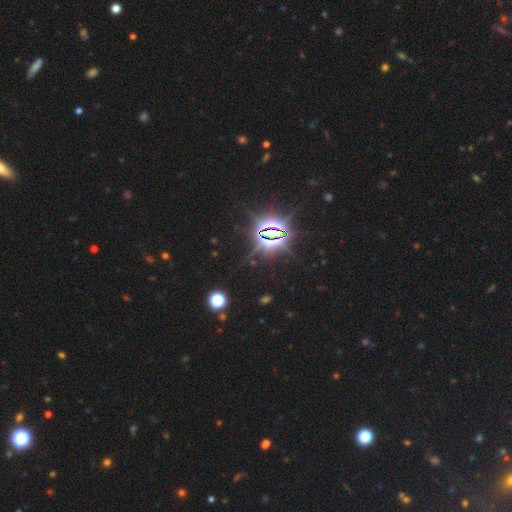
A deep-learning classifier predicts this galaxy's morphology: Smooth or featured: star or artifact — 85% (smooth — 9%)